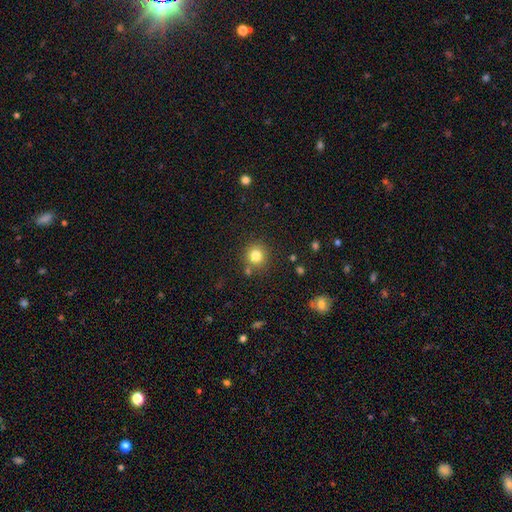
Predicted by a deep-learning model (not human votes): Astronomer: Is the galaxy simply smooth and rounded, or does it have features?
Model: smooth — 81%.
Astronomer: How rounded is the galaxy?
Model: round — 92%.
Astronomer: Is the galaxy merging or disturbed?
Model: none — 83%.